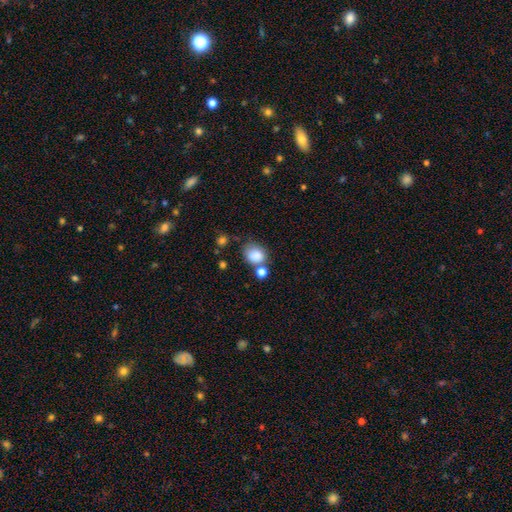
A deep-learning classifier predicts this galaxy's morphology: Smooth or featured? Predicted: smooth (p=0.84). How rounded? Predicted: round (p=0.56). Merging? Predicted: none (p=0.52).